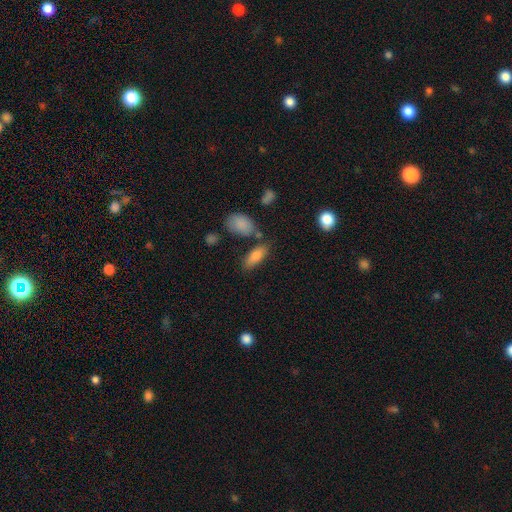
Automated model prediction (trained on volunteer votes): Q: Smooth or featured?
A: smooth (82%); runner-up: featured or disk (10%)
Q: How rounded?
A: in between (78%); runner-up: cigar-shaped (18%)
Q: Merging?
A: none (66%); runner-up: minor disturbance (16%)